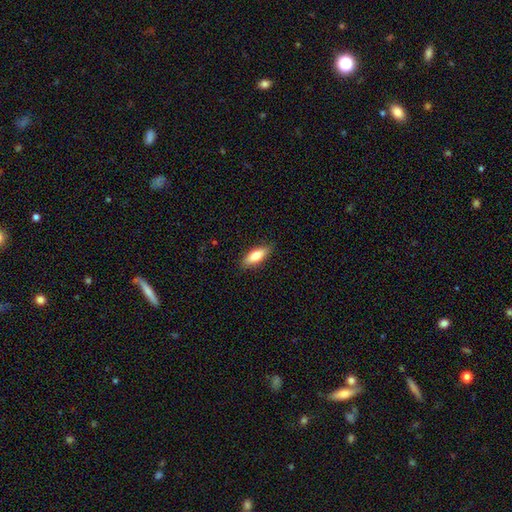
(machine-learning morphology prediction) type=smooth (77%); roundness=in between (66%); merging=none (87%).